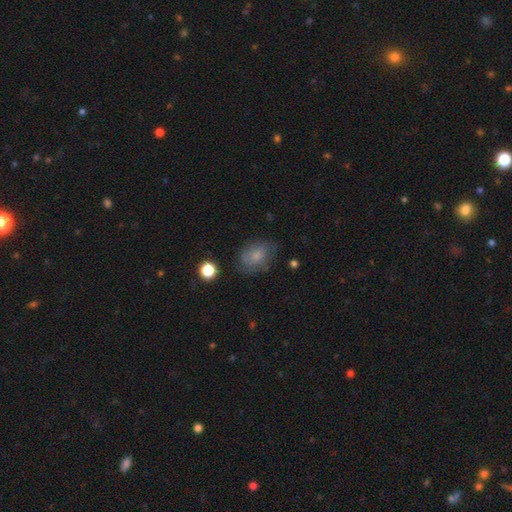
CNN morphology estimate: This is likely a smooth galaxy (70%). How rounded: likely in between (70%). Merging: likely none (65%).